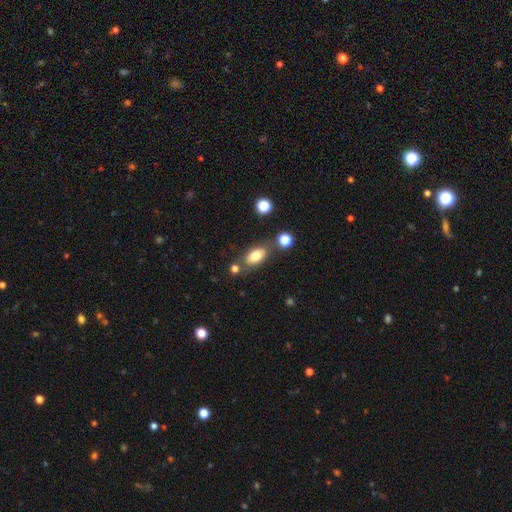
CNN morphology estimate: Smooth or featured? Predicted: smooth (p=0.77). How rounded? Predicted: in between (p=0.87). Merging? Predicted: none (p=0.68).